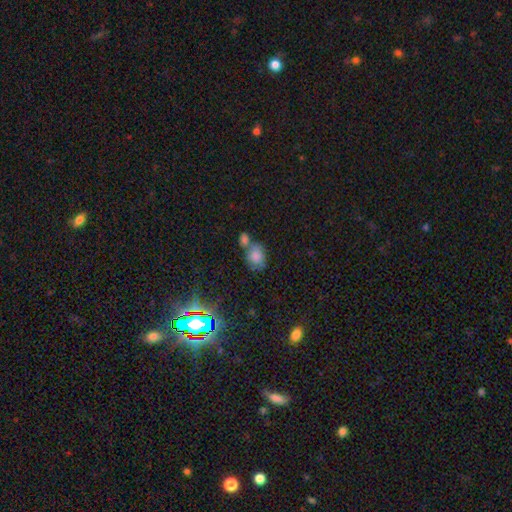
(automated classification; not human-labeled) A smooth galaxy with no disk features (76%) that is in between round and cigar-shaped (61%).

Vote fractions:
- Smooth or featured? smooth: 76% / star or artifact: 13% / featured or disk: 10%
- How rounded? in between: 61% / round: 38% / cigar-shaped: 2%
- Merging? merger: 46% / none: 35% / minor disturbance: 13% / major disturbance: 6%